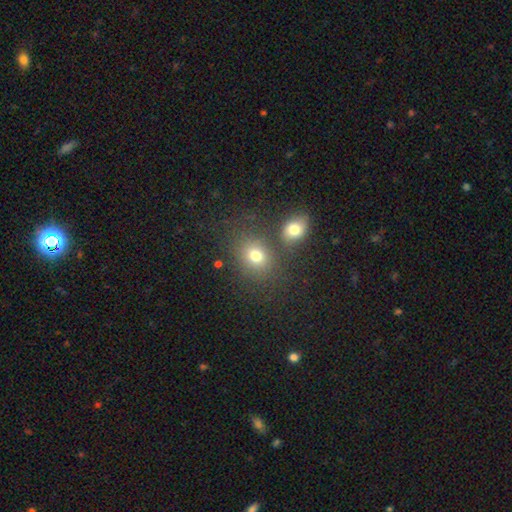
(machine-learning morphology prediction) Smooth or featured? Predicted: smooth (p=0.74). How rounded? Predicted: round (p=0.56). Merging? Predicted: none (p=0.67).